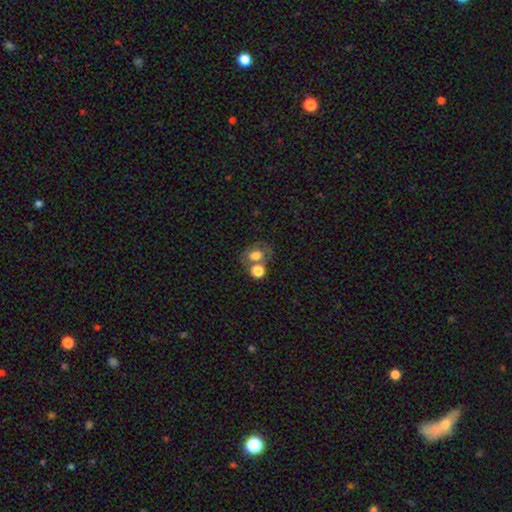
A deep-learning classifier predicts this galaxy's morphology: smooth-or-featured: smooth: 64% | featured or disk: 24% | star or artifact: 12%
  how-rounded: in between: 51% | round: 48% | cigar-shaped: 1%
  merging: none: 41% | merger: 39% | minor disturbance: 13% | major disturbance: 7%